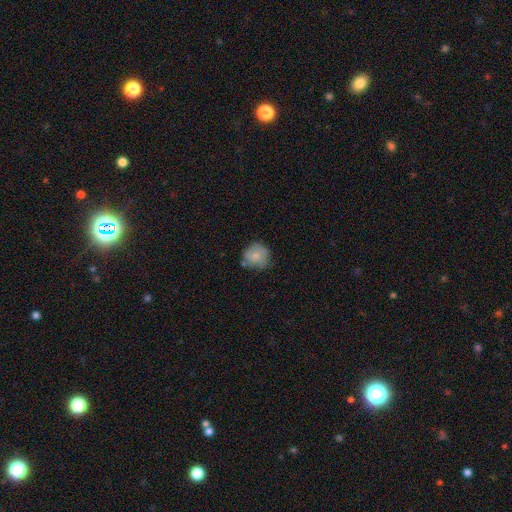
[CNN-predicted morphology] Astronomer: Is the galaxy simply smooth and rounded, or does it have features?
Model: smooth — 69%.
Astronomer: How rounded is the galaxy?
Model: round — 87%.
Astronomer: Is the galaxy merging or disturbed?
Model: none — 66%.